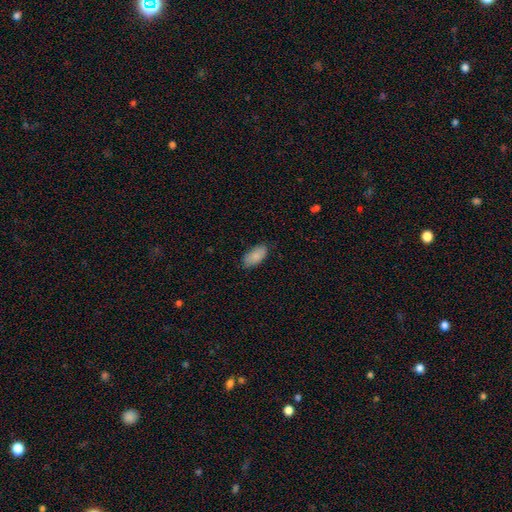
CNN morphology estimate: Smooth or featured? smooth (88%)
How rounded? in between (92%)
Merging? none (83%)